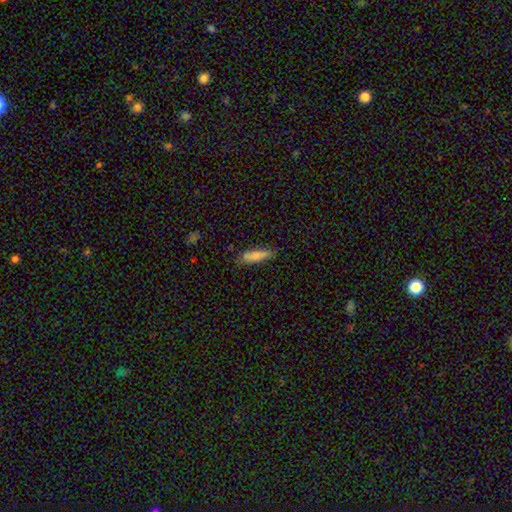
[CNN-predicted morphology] A smooth galaxy with no disk features (73%) that is cigar-shaped (64%).

Vote fractions:
- Smooth or featured? smooth: 73% / featured or disk: 20% / star or artifact: 7%
- How rounded? cigar-shaped: 64% / in between: 34% / round: 2%
- Merging? none: 78% / minor disturbance: 17% / major disturbance: 3% / merger: 2%